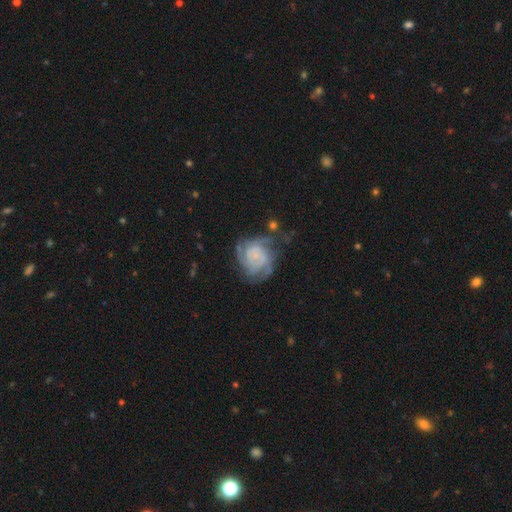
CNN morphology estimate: Smooth or featured? featured or disk (80%)
Edge-on disk? no (98%)
Bar? no (71%)
Spiral arms? yes (94%)
Spiral winding? tight (57%)
Spiral arm count? 3 (29%)
Bulge size? small (51%)
Merging? none (52%)